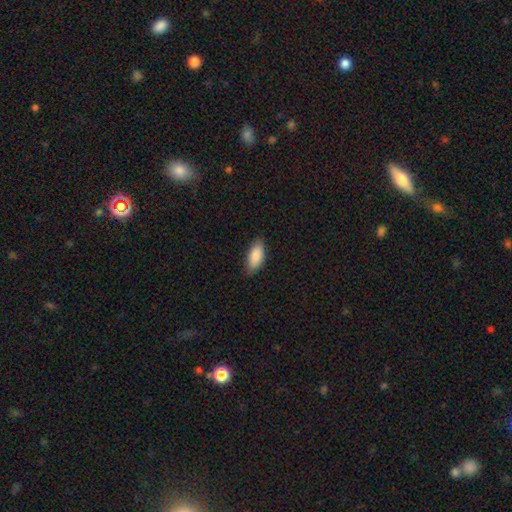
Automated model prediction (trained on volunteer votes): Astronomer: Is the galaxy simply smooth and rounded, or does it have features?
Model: smooth — 87%.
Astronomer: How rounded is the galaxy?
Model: in between — 86%.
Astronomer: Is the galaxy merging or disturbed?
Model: none — 83%.